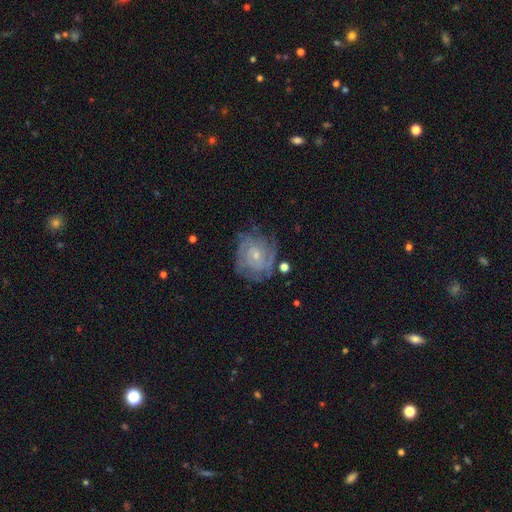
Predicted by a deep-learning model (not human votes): Smooth or featured?
  - featured or disk: 78% *
  - smooth: 14%
  - star or artifact: 8%
Edge-on disk?
  - no: 97% *
  - yes: 3%
Bar?
  - no: 71% *
  - weak: 25%
  - strong: 4%
Spiral arms?
  - yes: 90% *
  - no: 10%
Spiral winding?
  - tight: 67% *
  - medium: 26%
  - loose: 7%
Spiral arm count?
  - can't tell: 44% *
  - 2: 18%
  - 3: 16%
  - 4: 12%
  - more than 4: 6%
  - 1: 5%
Bulge size?
  - small: 70% *
  - moderate: 25%
  - none: 2%
  - large: 1%
  - dominant: 1%
Merging?
  - none: 67% *
  - minor disturbance: 20%
  - major disturbance: 10%
  - merger: 3%